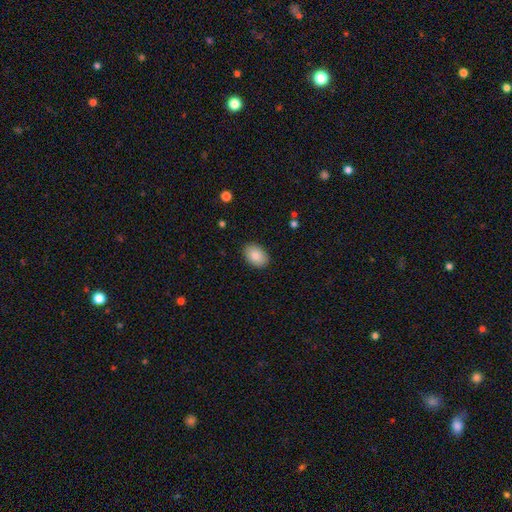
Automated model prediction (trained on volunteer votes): Smooth or featured? smooth (88%)
How rounded? in between (86%)
Merging? none (88%)